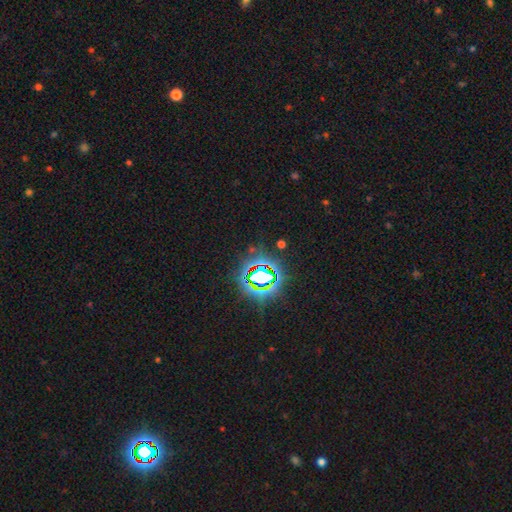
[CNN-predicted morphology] Smooth or featured? star or artifact (81%)